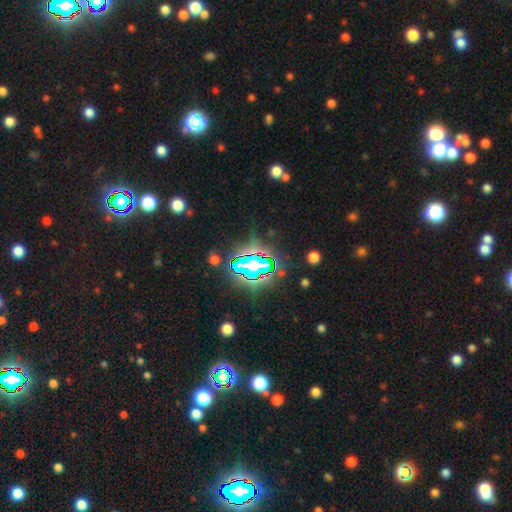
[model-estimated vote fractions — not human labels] Morphology: type=star or artifact (81%).